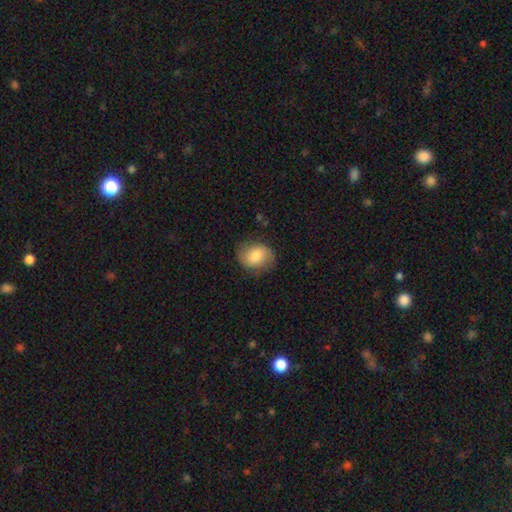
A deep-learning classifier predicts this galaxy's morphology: smooth 67%, featured or disk 25%, star or artifact 7%. Down the decision tree: how rounded — in between (53%); merging — none (75%).